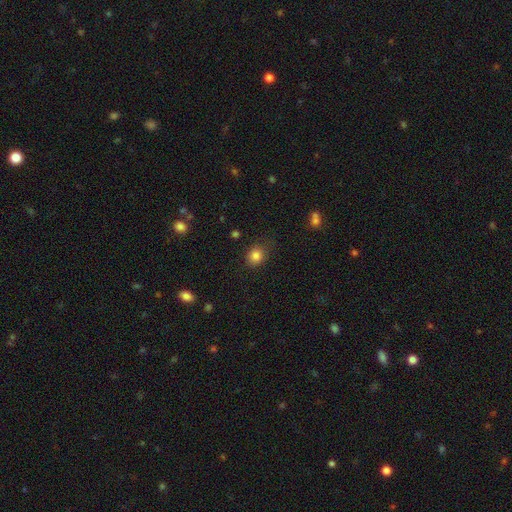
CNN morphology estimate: A smooth galaxy with no disk features (83%) that is round (65%).

Vote fractions:
- Smooth or featured? smooth: 83% / star or artifact: 11% / featured or disk: 6%
- How rounded? round: 65% / in between: 34% / cigar-shaped: 1%
- Merging? none: 76% / minor disturbance: 17% / major disturbance: 5% / merger: 2%